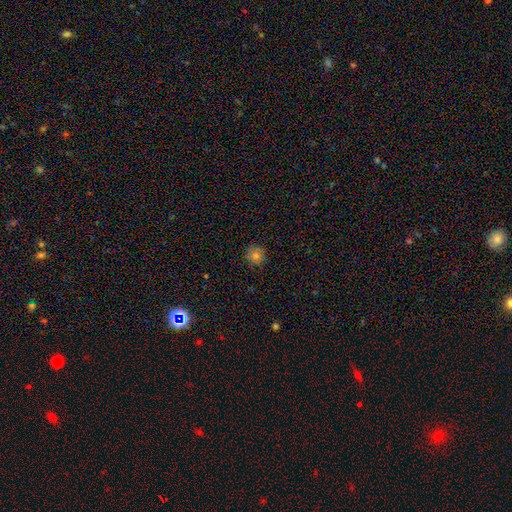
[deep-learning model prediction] smooth 77%, star or artifact 14%, featured or disk 9%. Down the decision tree: how rounded — round (94%); merging — none (89%).